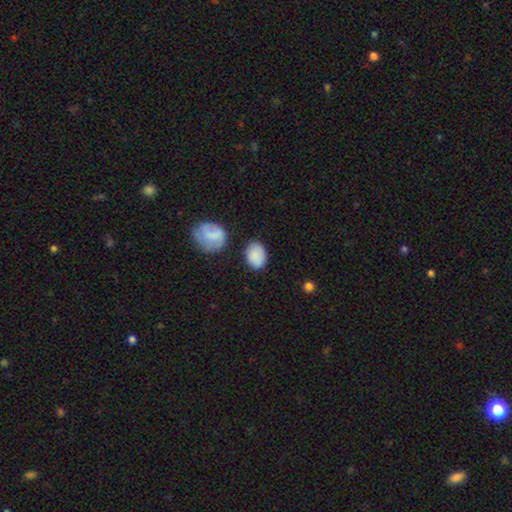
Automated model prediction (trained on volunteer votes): Overall: smooth (85%). How rounded: in between (76%). Merging: none (74%).